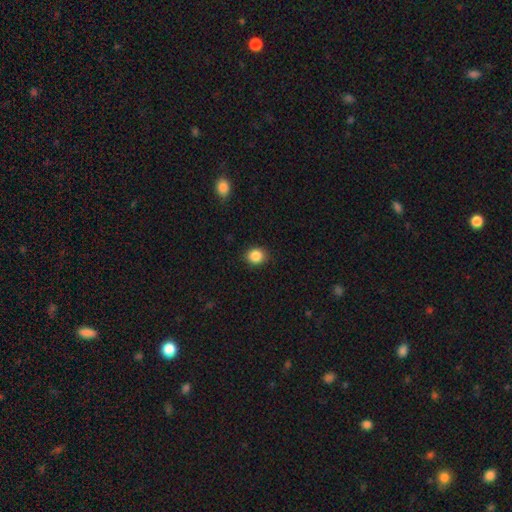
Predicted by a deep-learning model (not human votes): smooth 87%, star or artifact 10%, featured or disk 4%. Down the decision tree: how rounded — round (74%); merging — none (89%).